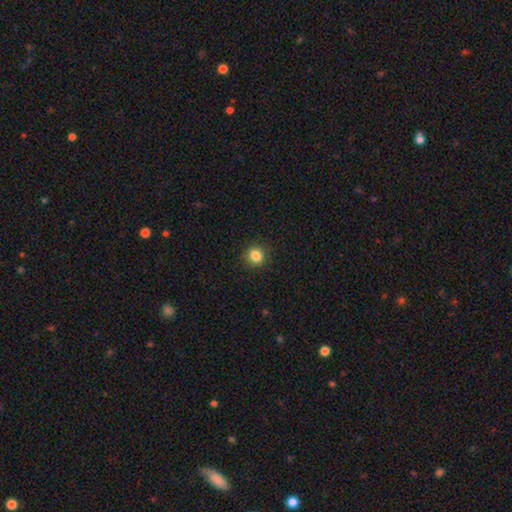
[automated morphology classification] Overall: smooth (84%). How rounded: round (88%). Merging: none (89%).